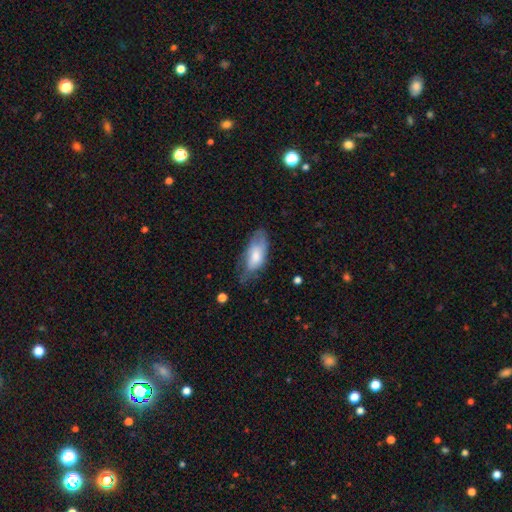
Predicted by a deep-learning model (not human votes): Smooth or featured?
  - smooth: 68% *
  - featured or disk: 25%
  - star or artifact: 7%
How rounded?
  - in between: 88% *
  - cigar-shaped: 10%
  - round: 3%
Merging?
  - none: 44% *
  - minor disturbance: 37%
  - major disturbance: 17%
  - merger: 2%